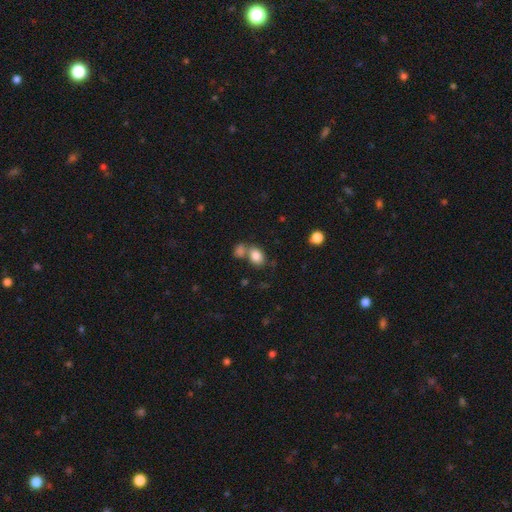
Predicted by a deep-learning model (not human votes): The model was most divided on "merging": none: 49%, merger: 36%, minor disturbance: 11%, major disturbance: 4%. More confident: smooth or featured — smooth (83%); how rounded — in between (72%).